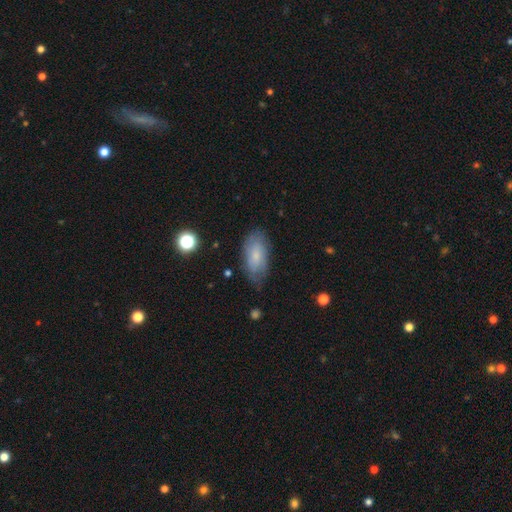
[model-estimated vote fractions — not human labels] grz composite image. It shows a smooth galaxy with no disk features (68%) that is in between round and cigar-shaped (90%). Merging: none (70%).